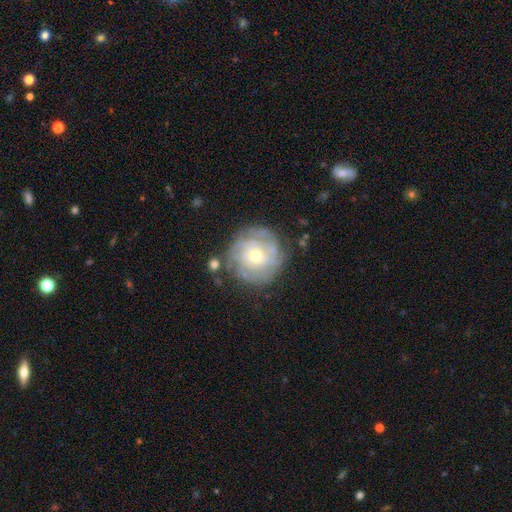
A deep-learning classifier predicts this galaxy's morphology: Smooth or featured? featured or disk (75%)
Edge-on disk? no (98%)
Bar? no (82%)
Spiral arms? yes (84%)
Spiral winding? tight (76%)
Spiral arm count? can't tell (52%)
Bulge size? moderate (52%)
Merging? none (76%)